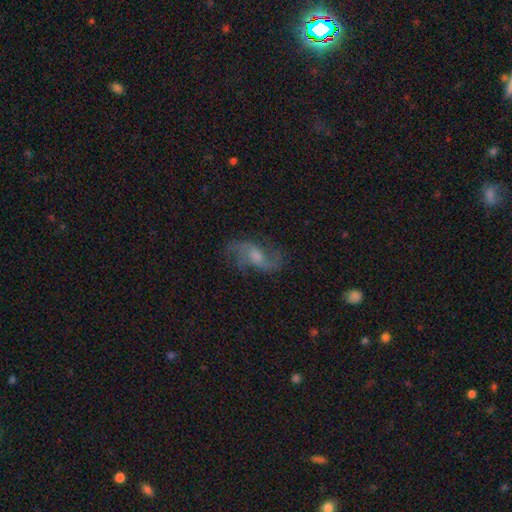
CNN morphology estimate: The model was most divided on "bar" (2-way tie): weak: 45%, no: 45%, strong: 10%. Remaining: edge-on disk — no (95%); spiral arms — yes (94%); smooth or featured — featured or disk (78%); spiral arm count — 2 (78%); merging — none (71%); spiral winding — loose (59%); bulge size — moderate (45%).